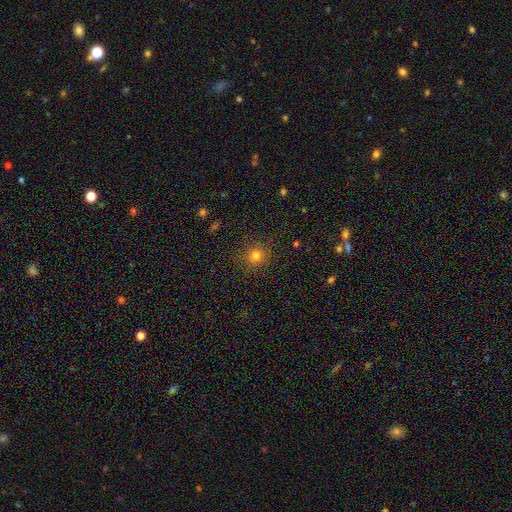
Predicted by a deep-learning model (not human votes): A smooth galaxy with no disk features (77%) that is round (85%).

Vote fractions:
- Smooth or featured? smooth: 77% / star or artifact: 16% / featured or disk: 6%
- How rounded? round: 85% / in between: 14% / cigar-shaped: 1%
- Merging? none: 87% / minor disturbance: 9% / major disturbance: 3% / merger: 1%